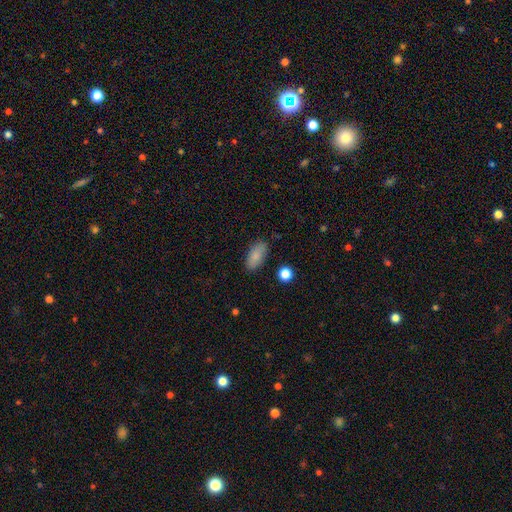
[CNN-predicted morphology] This appears to be a smooth galaxy with no disk features (85%) that is in between round and cigar-shaped (90%). Merging: none (83%).